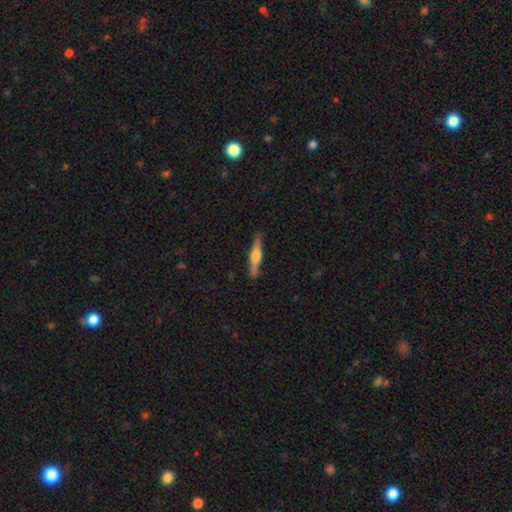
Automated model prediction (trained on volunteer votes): smooth-or-featured: featured or disk: 58% | smooth: 36% | star or artifact: 6%
  disk-edge-on: yes: 97% | no: 3%
    edge-on-bulge: rounded: 79% | boxy: 15% | none: 6%
  merging: none: 88% | minor disturbance: 9% | major disturbance: 2% | merger: 1%